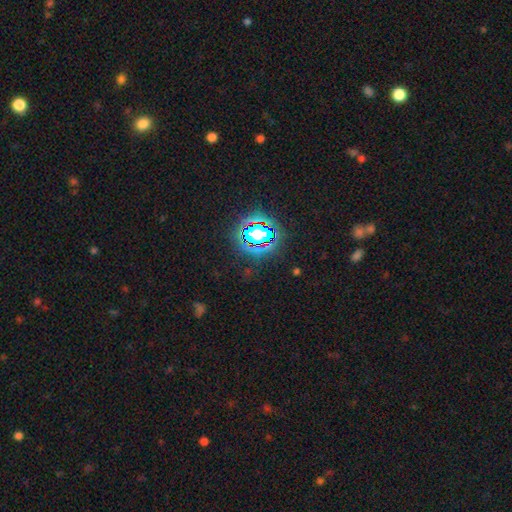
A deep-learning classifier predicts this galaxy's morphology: Smooth or featured: star or artifact — 82% (smooth — 11%)